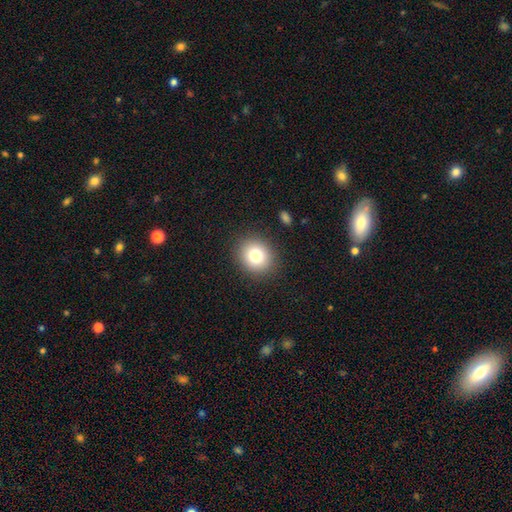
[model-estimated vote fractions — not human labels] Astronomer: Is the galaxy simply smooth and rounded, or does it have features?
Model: smooth — 79%.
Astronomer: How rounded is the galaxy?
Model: round — 76%.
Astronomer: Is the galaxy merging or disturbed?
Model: none — 89%.